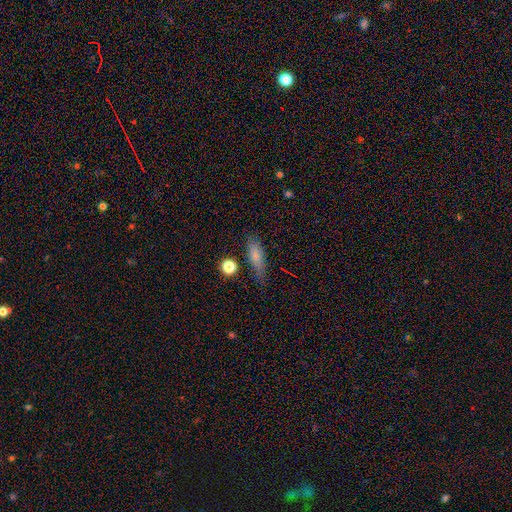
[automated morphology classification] smooth 74%, featured or disk 16%, star or artifact 10%. Down the decision tree: how rounded — in between (51%); merging — none (71%).